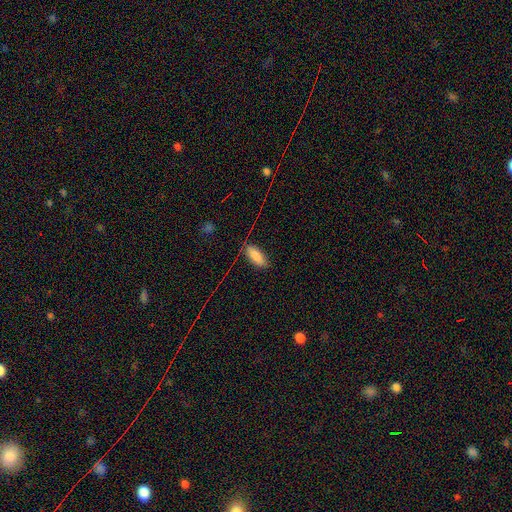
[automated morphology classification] A smooth galaxy with no disk features (86%) that is in between round and cigar-shaped (78%). Merging: none (79%).